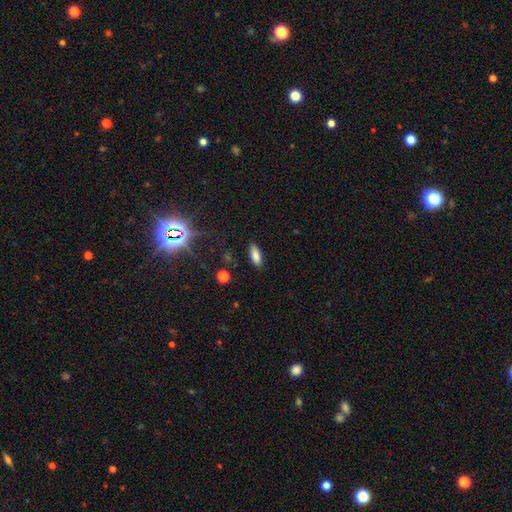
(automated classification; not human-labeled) Smooth or featured?
  - smooth: 82% *
  - star or artifact: 11%
  - featured or disk: 7%
How rounded?
  - in between: 66% *
  - cigar-shaped: 32%
  - round: 2%
Merging?
  - none: 86% *
  - minor disturbance: 10%
  - major disturbance: 2%
  - merger: 1%